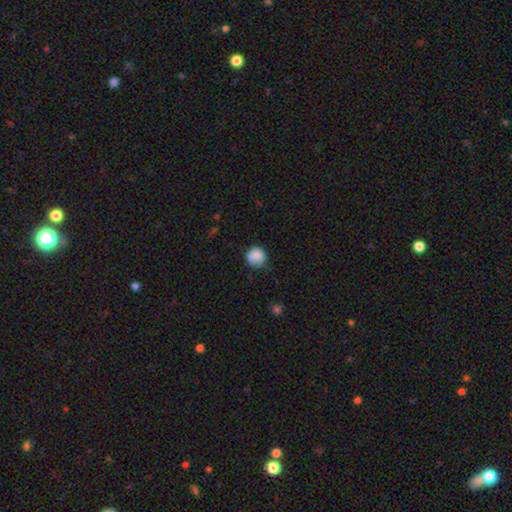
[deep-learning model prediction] The model was most divided on "merging": none: 69%, minor disturbance: 23%, major disturbance: 5%, merger: 2%. More confident: how rounded — round (87%); smooth or featured — smooth (84%).